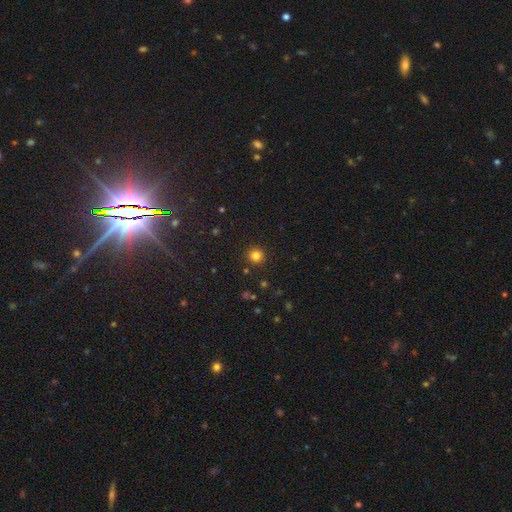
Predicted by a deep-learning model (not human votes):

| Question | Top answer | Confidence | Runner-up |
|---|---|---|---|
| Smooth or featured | smooth | 81% | star or artifact (14%) |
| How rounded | round | 95% | in between (4%) |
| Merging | none | 92% | minor disturbance (5%) |